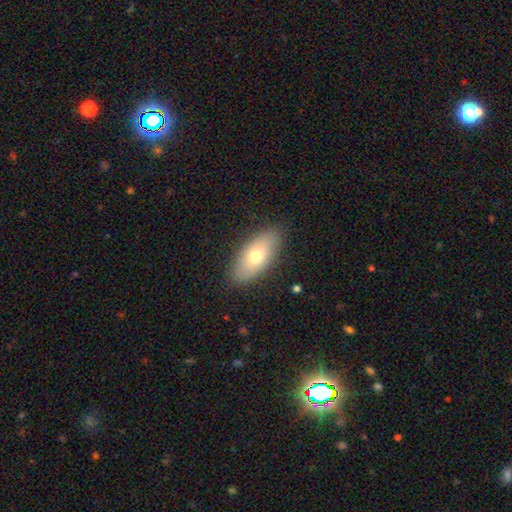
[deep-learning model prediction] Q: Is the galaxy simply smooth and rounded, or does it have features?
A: smooth — 66%.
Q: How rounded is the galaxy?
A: in between — 87%.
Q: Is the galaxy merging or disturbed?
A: none — 86%.